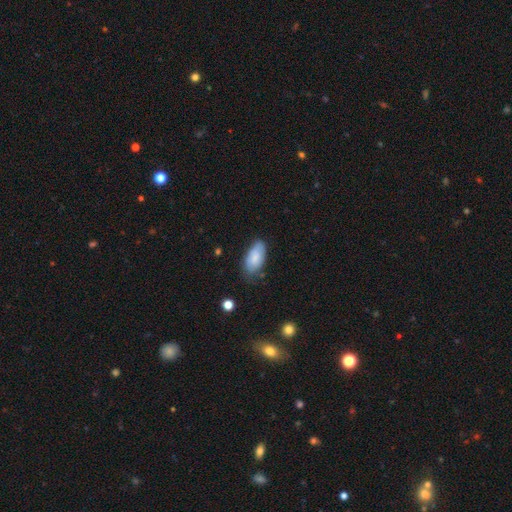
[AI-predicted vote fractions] Q: Smooth or featured?
A: smooth (78%); runner-up: featured or disk (15%)
Q: How rounded?
A: in between (92%); runner-up: cigar-shaped (5%)
Q: Merging?
A: none (64%); runner-up: minor disturbance (28%)